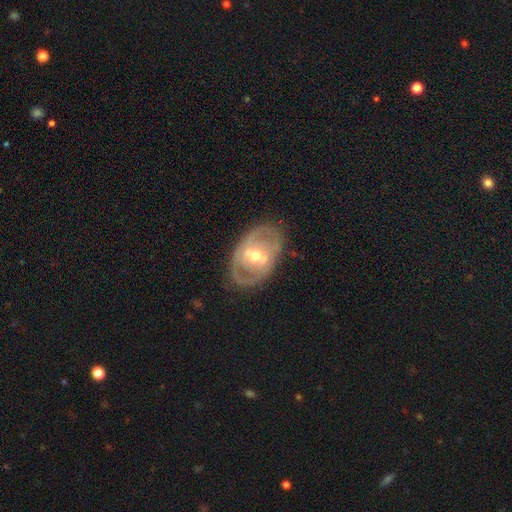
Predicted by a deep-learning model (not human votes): This is likely a featured or disk galaxy (76%). It is clearly not viewed edge-on (93%). Bar: marginally weak (41%). Spiral arm pattern: likely yes (61%). Central bulge: likely moderate (71%). Merging: likely none (76%).